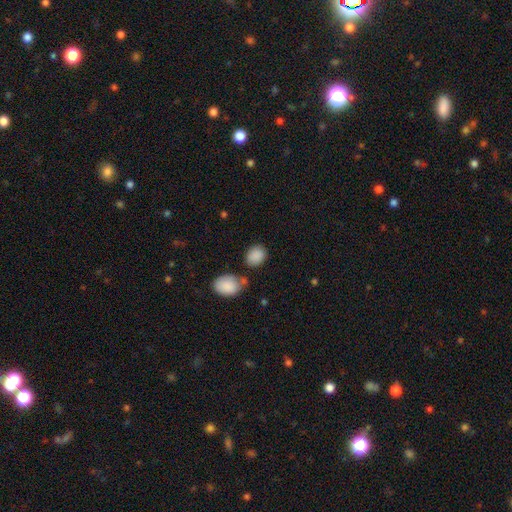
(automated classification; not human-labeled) A smooth galaxy with no disk features (88%) that is in between round and cigar-shaped (58%).

Vote fractions:
- Smooth or featured? smooth: 88% / star or artifact: 8% / featured or disk: 4%
- How rounded? in between: 58% / round: 40% / cigar-shaped: 1%
- Merging? none: 68% / minor disturbance: 15% / merger: 13% / major disturbance: 4%